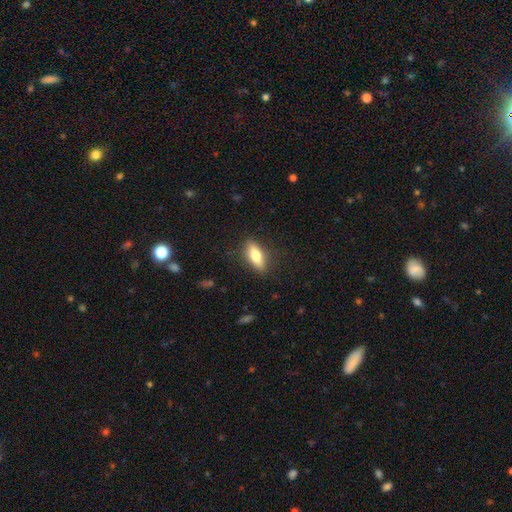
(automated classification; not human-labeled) A smooth galaxy with no disk features (70%) that is in between round and cigar-shaped (68%).

Vote fractions:
- Smooth or featured? smooth: 70% / featured or disk: 24% / star or artifact: 7%
- How rounded? in between: 68% / cigar-shaped: 29% / round: 3%
- Merging? none: 85% / minor disturbance: 11% / major disturbance: 3% / merger: 1%